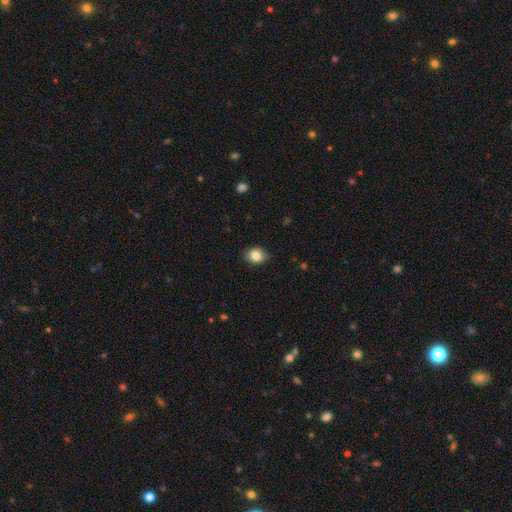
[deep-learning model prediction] smooth_or_featured: smooth (p=0.84) [alt: star or artifact p=0.09]
how_rounded: in between (p=0.60) [alt: round p=0.39]
merging: none (p=0.85) [alt: minor disturbance p=0.12]